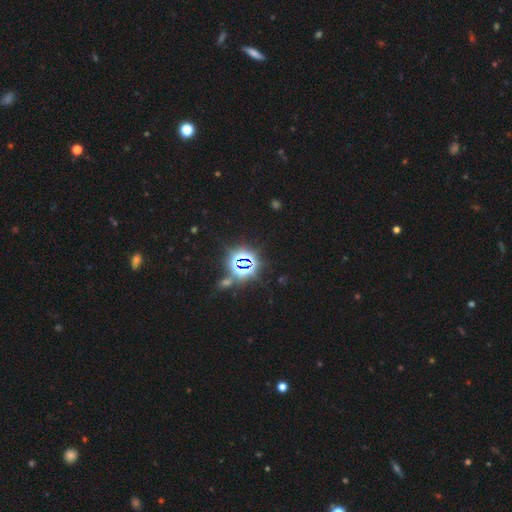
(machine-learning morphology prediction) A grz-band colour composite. It shows a star or artifact, not a galaxy (80%).